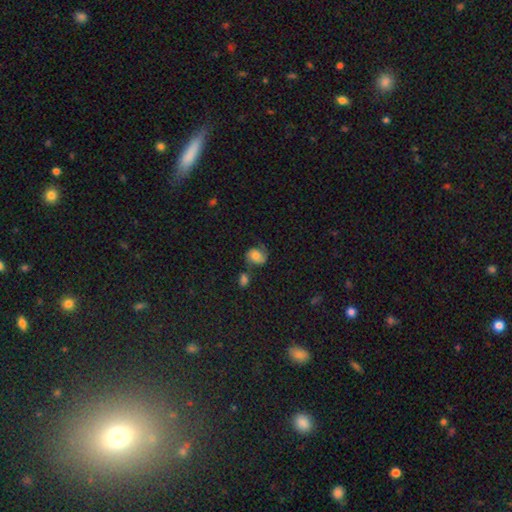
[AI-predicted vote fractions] Overall: featured or disk (51%; smooth 38%). Edge-on disk: no (97%). Merging: none (52%; minor disturbance 22%).